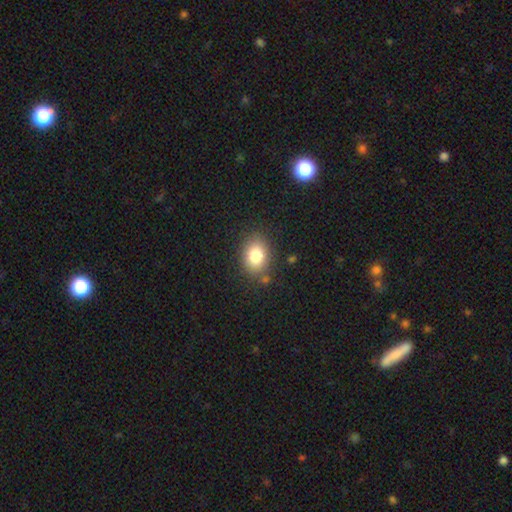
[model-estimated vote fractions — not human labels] Morphology: type=smooth (82%); roundness=in between (63%); merging=none (80%).